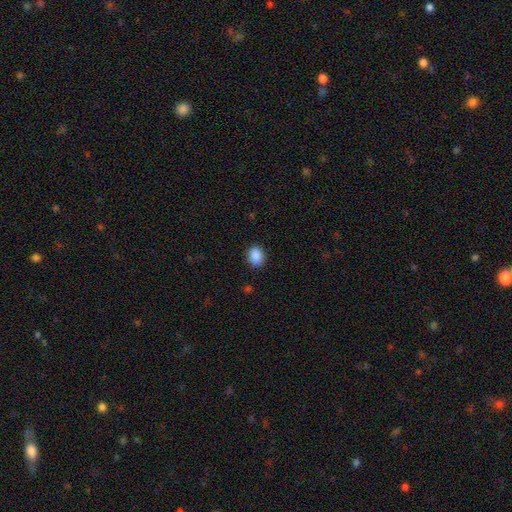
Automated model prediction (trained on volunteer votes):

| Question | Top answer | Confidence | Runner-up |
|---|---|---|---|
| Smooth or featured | smooth | 89% | star or artifact (8%) |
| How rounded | in between | 57% | round (42%) |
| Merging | none | 87% | minor disturbance (10%) |